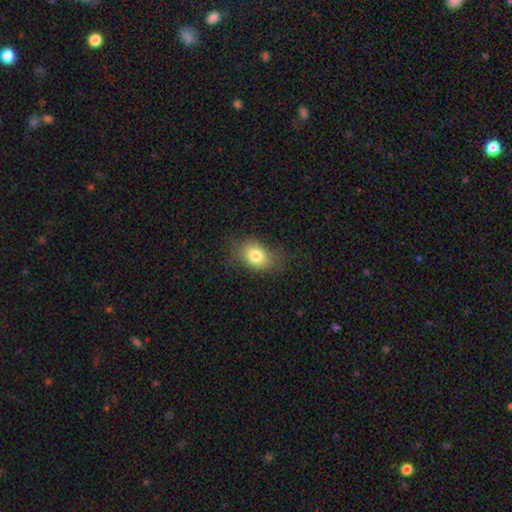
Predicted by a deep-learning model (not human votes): Smooth or featured: smooth — 79% (featured or disk — 11%)
How rounded: in between — 69% (round — 29%)
Merging: none — 71% (minor disturbance — 20%)